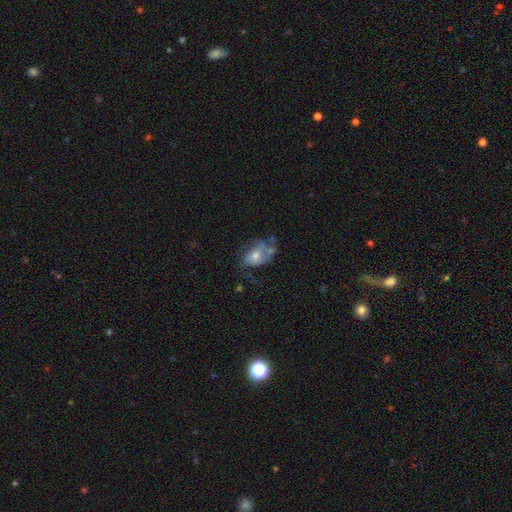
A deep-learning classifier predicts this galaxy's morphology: This appears to be a featured or disk galaxy (60%) with no bar (70%), spiral arms (64%) and a moderate central bulge (58%). Merging: none (34%).